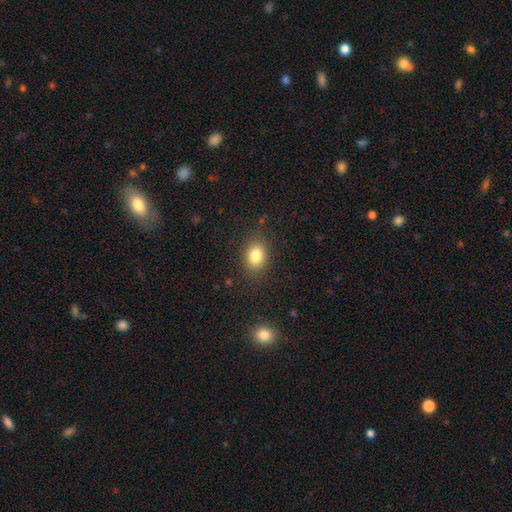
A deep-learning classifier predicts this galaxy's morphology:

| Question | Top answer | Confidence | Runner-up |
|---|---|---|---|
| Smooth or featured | smooth | 82% | star or artifact (10%) |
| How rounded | in between | 64% | round (35%) |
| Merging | none | 85% | minor disturbance (10%) |